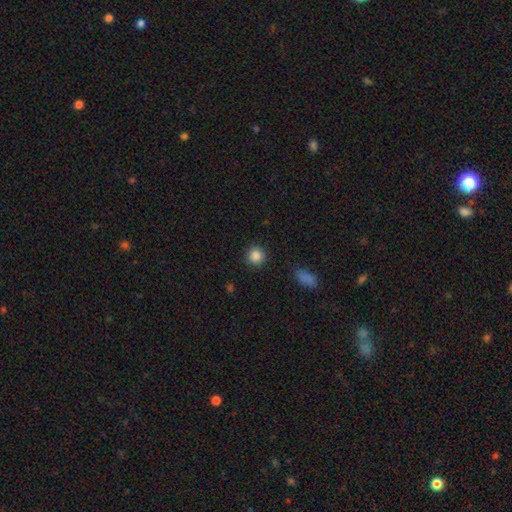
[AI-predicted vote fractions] Q: Smooth or featured?
A: smooth (87%); runner-up: star or artifact (10%)
Q: How rounded?
A: round (93%); runner-up: in between (6%)
Q: Merging?
A: none (90%); runner-up: minor disturbance (6%)